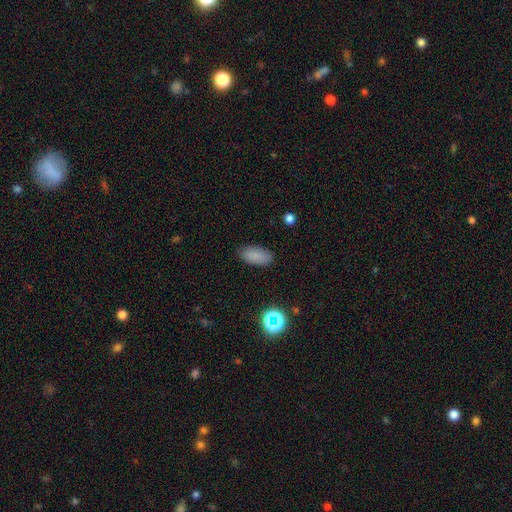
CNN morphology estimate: The model was most divided on "smooth or featured": smooth: 84%, star or artifact: 10%, featured or disk: 5%. More confident: how rounded — in between (93%); merging — none (86%).